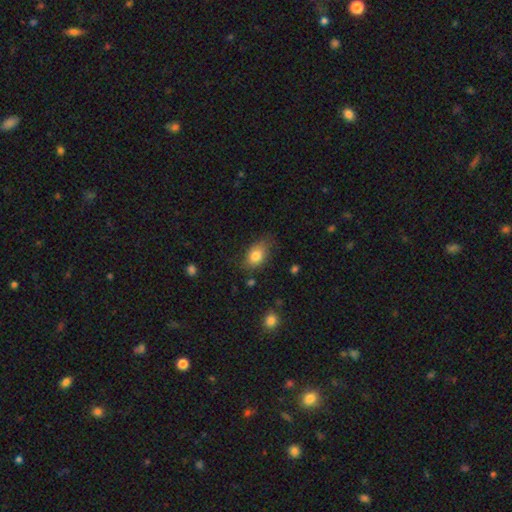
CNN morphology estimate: Smooth or featured?
  - smooth: 81% *
  - featured or disk: 10%
  - star or artifact: 8%
How rounded?
  - in between: 83% *
  - round: 15%
  - cigar-shaped: 2%
Merging?
  - none: 70% *
  - minor disturbance: 22%
  - major disturbance: 6%
  - merger: 2%